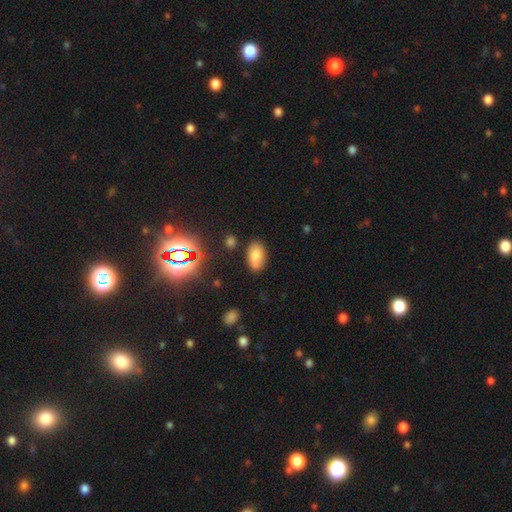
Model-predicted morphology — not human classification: smooth-or-featured: smooth: 77% | star or artifact: 13% | featured or disk: 10%
  how-rounded: in between: 91% | round: 7% | cigar-shaped: 2%
  merging: none: 71% | minor disturbance: 17% | merger: 8% | major disturbance: 4%